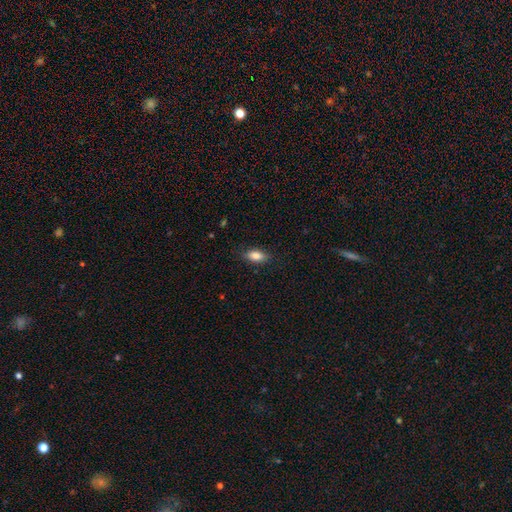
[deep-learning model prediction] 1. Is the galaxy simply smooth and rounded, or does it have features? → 85% smooth, 8% featured or disk, 7% star or artifact.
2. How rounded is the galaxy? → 86% in between, 10% cigar-shaped, 4% round.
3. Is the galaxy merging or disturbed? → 85% none, 12% minor disturbance, 3% major disturbance, 1% merger.